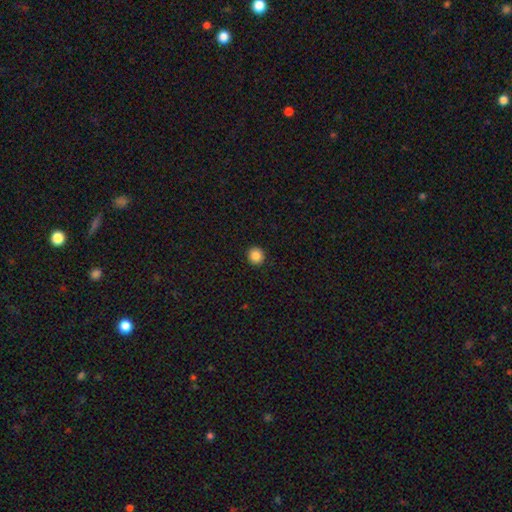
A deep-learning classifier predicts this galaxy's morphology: Q: Smooth or featured?
A: smooth (86%); runner-up: star or artifact (11%)
Q: How rounded?
A: round (94%); runner-up: in between (5%)
Q: Merging?
A: none (93%); runner-up: minor disturbance (4%)